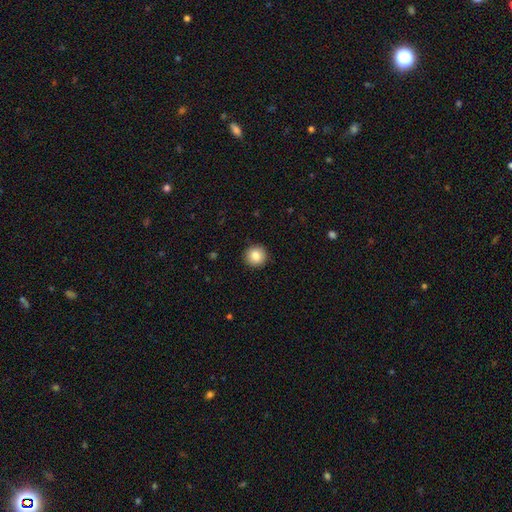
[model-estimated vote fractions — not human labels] Q: Smooth or featured?
A: smooth (86%); runner-up: star or artifact (9%)
Q: How rounded?
A: round (95%); runner-up: in between (4%)
Q: Merging?
A: none (92%); runner-up: minor disturbance (5%)